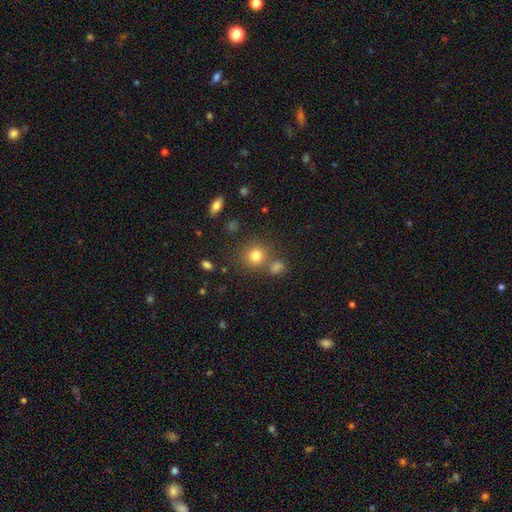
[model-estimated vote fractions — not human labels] Morphology: type=smooth (78%); roundness=round (88%); merging=none (73%).